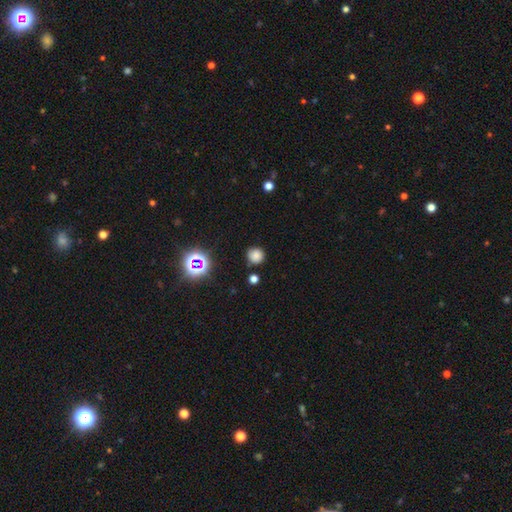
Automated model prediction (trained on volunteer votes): Smooth or featured?
  - smooth: 77% *
  - star or artifact: 18%
  - featured or disk: 6%
How rounded?
  - round: 92% *
  - in between: 7%
  - cigar-shaped: 1%
Merging?
  - none: 81% *
  - minor disturbance: 12%
  - merger: 3%
  - major disturbance: 3%